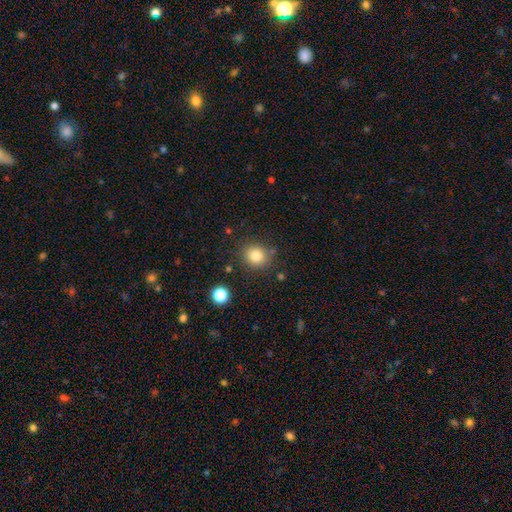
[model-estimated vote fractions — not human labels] A smooth galaxy with no disk features (83%) that is round (82%). Merging: none (82%).